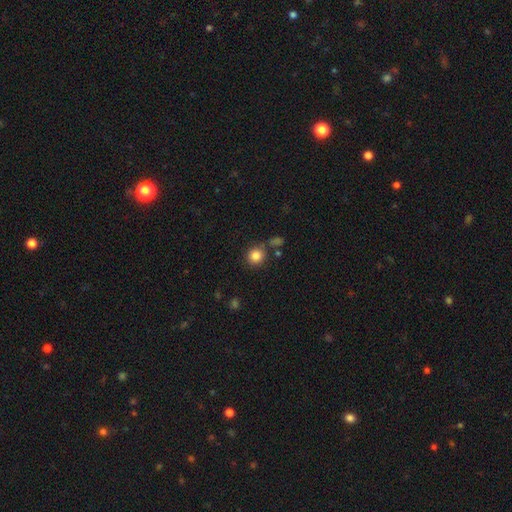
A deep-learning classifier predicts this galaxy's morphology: This is clearly a smooth galaxy (84%). How rounded: clearly round (89%). Merging: likely none (78%).